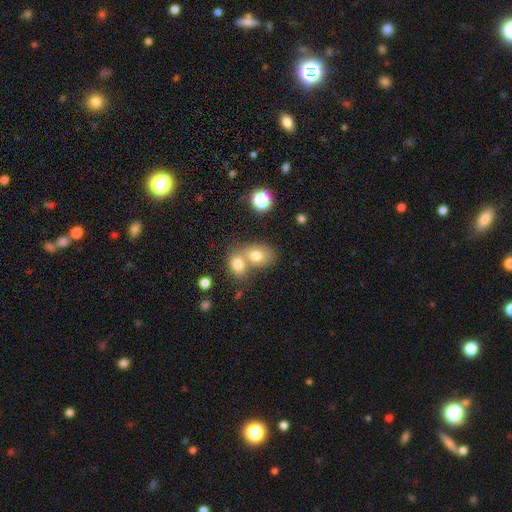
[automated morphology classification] smooth 74%, featured or disk 15%, star or artifact 11%. Down the decision tree: how rounded — in between (64%); merging — merger (59%).